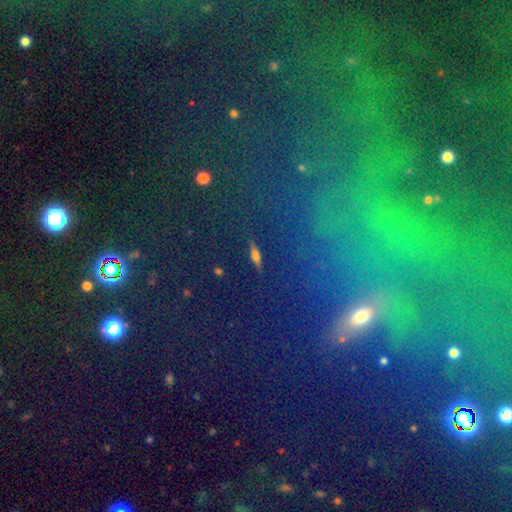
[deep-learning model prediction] This is marginally a featured or disk galaxy (43%). Merging: clearly none (89%).